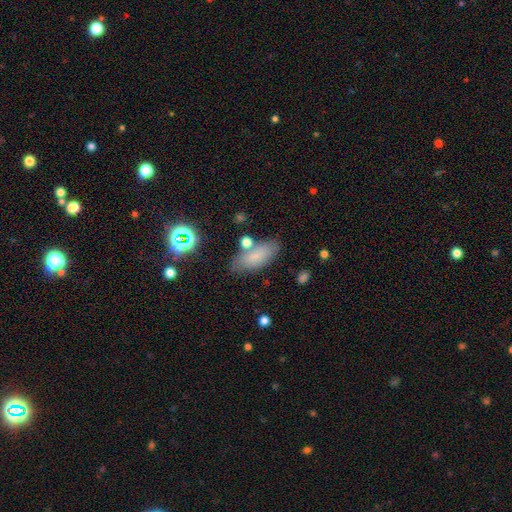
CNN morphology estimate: Smooth or featured: smooth — 75% (featured or disk — 14%)
How rounded: in between — 81% (cigar-shaped — 15%)
Merging: none — 70% (minor disturbance — 16%)